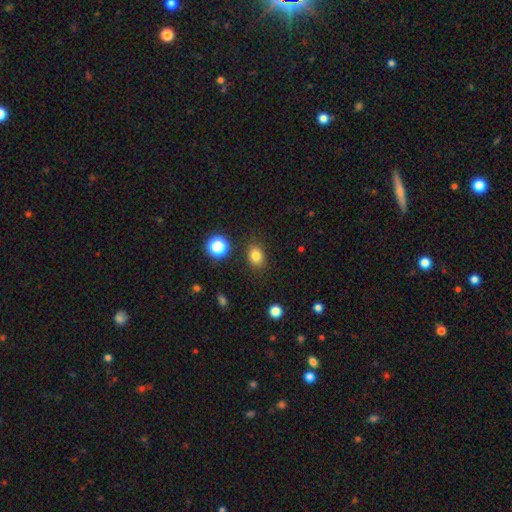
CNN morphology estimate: The model was most divided on "how rounded": in between: 60%, round: 39%, cigar-shaped: 1%. More confident: merging — none (85%); smooth or featured — smooth (80%).